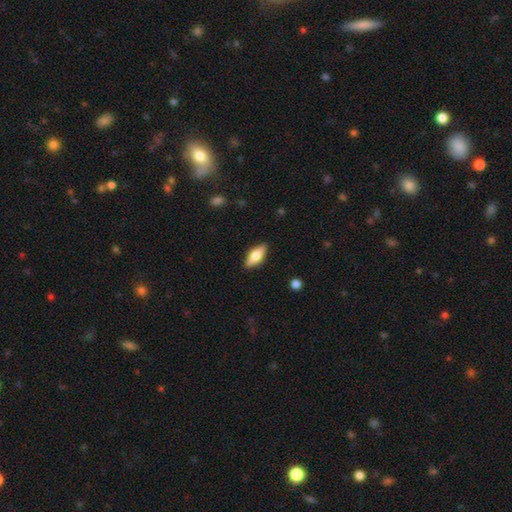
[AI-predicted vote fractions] A smooth galaxy with no disk features (51%) that is in between round and cigar-shaped (69%). Merging: none (87%).